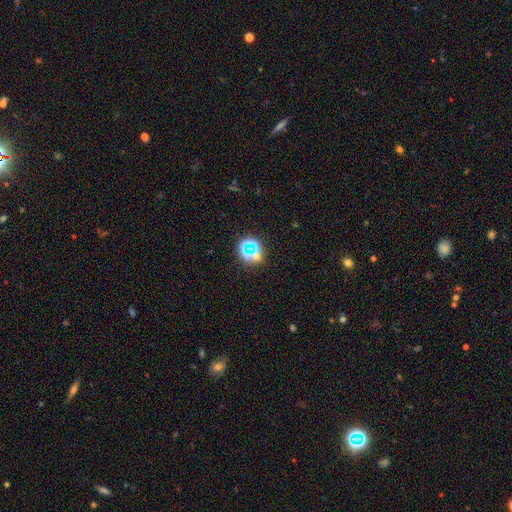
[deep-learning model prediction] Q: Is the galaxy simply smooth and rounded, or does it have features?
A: star or artifact — 60%.